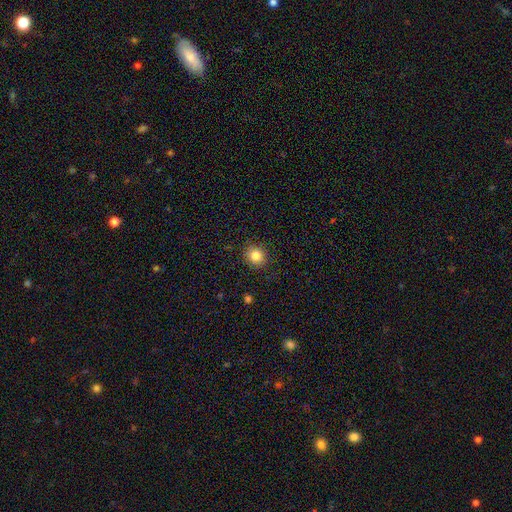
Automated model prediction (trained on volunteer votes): smooth 83%, star or artifact 11%, featured or disk 6%. Down the decision tree: how rounded — round (88%); merging — none (90%).